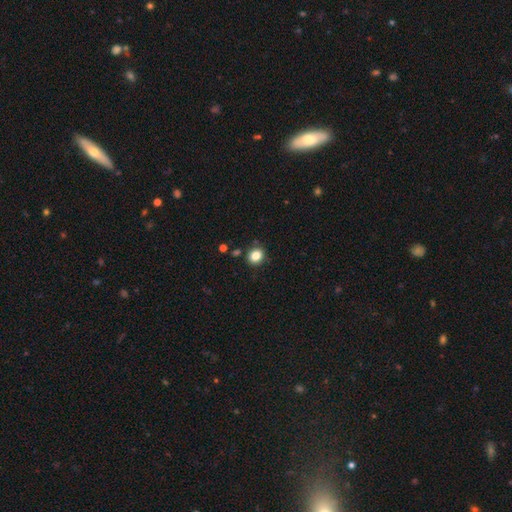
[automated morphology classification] type=smooth (84%); roundness=round (67%); merging=none (85%).